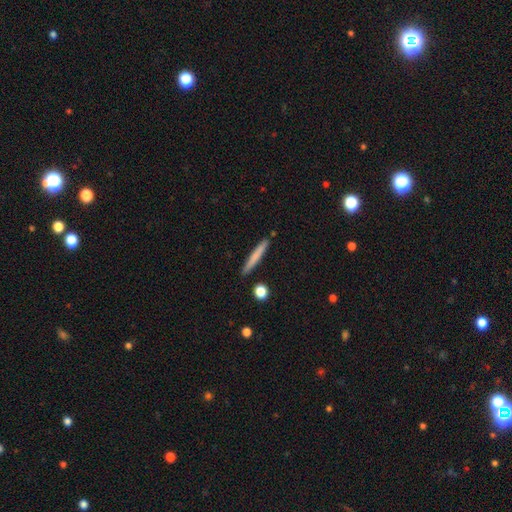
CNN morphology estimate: Smooth or featured? Predicted: smooth (p=0.72). How rounded? Predicted: cigar-shaped (p=0.96). Merging? Predicted: none (p=0.89).